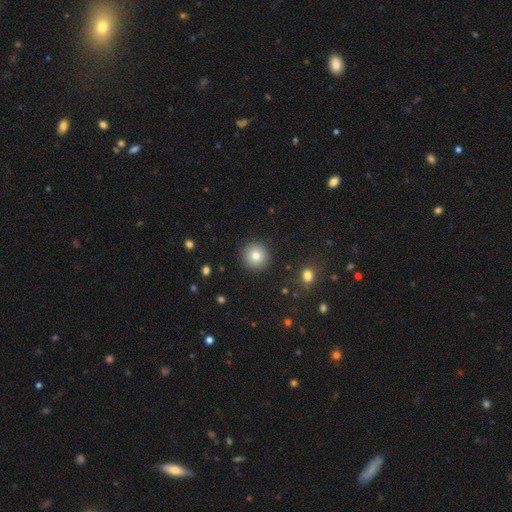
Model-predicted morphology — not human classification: Smooth or featured?
  - smooth: 80% *
  - star or artifact: 11%
  - featured or disk: 9%
How rounded?
  - round: 95% *
  - in between: 4%
  - cigar-shaped: 1%
Merging?
  - none: 92% *
  - minor disturbance: 5%
  - major disturbance: 2%
  - merger: 1%